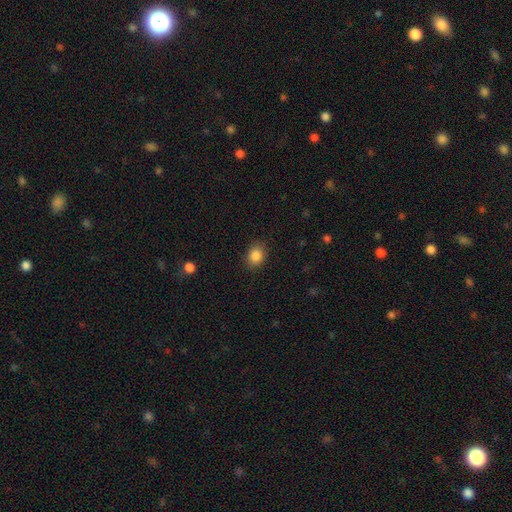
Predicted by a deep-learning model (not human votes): Overall: smooth (87%). How rounded: in between (55%; round 44%). Merging: none (85%).